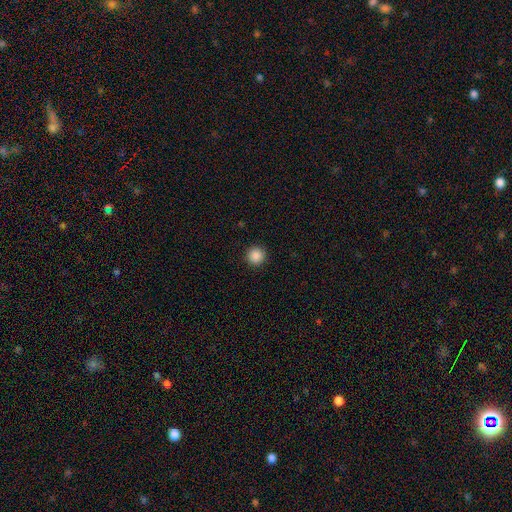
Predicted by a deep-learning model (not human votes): Smooth or featured?
  - smooth: 88% *
  - star or artifact: 10%
  - featured or disk: 3%
How rounded?
  - round: 96% *
  - in between: 3%
  - cigar-shaped: 1%
Merging?
  - none: 93% *
  - minor disturbance: 5%
  - major disturbance: 2%
  - merger: 1%